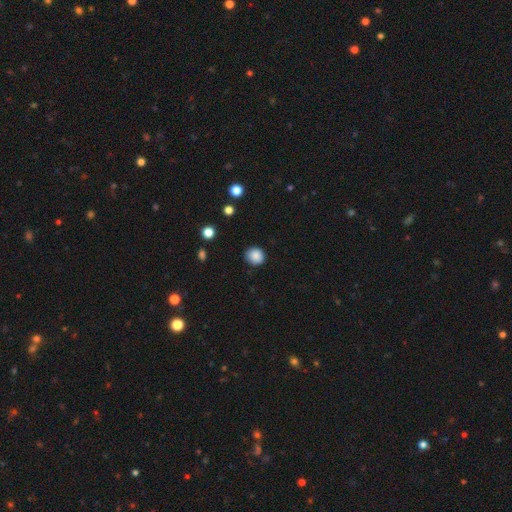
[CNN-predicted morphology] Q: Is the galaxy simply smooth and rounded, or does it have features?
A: smooth — 87%.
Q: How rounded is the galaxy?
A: round — 82%.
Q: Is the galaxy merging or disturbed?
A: none — 85%.